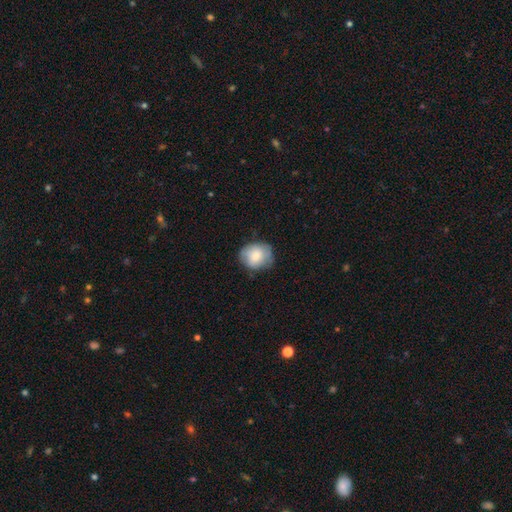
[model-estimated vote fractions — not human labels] A smooth galaxy with no disk features (75%) that is round (65%). Merging: none (71%).